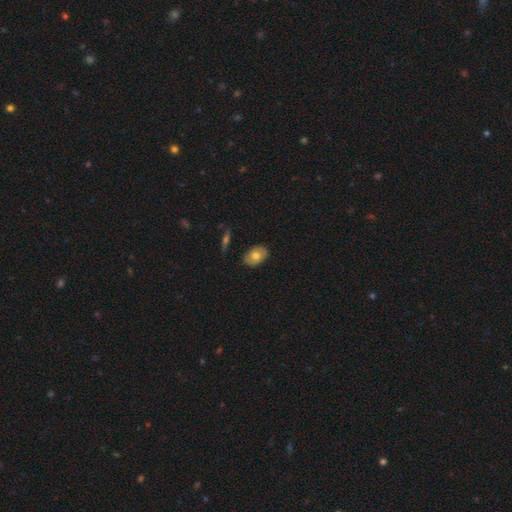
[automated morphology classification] This is likely a smooth galaxy (64%). How rounded: clearly in between (83%). Merging: clearly none (83%).